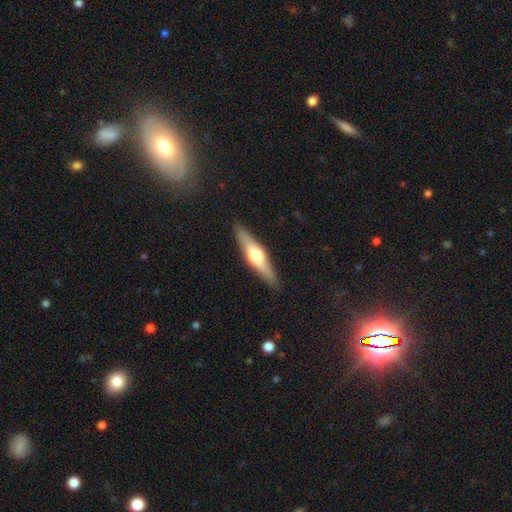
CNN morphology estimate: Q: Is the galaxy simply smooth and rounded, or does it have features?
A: featured or disk — 56%.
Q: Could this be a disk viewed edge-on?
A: yes — 94%.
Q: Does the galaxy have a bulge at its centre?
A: rounded — 91%.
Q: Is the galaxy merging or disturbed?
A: none — 90%.